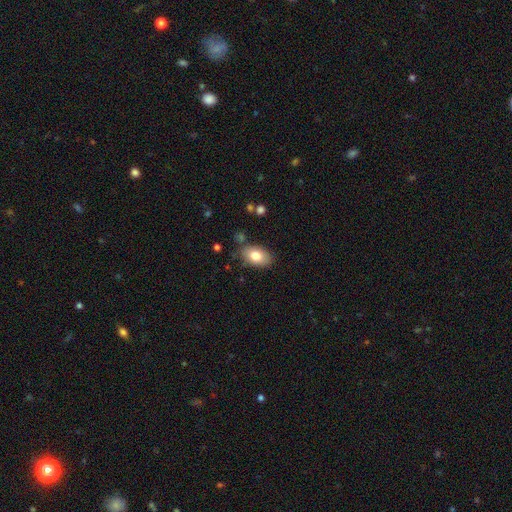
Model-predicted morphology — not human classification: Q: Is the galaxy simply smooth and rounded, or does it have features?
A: smooth — 81%.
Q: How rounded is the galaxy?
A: in between — 90%.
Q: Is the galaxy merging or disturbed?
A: none — 79%.